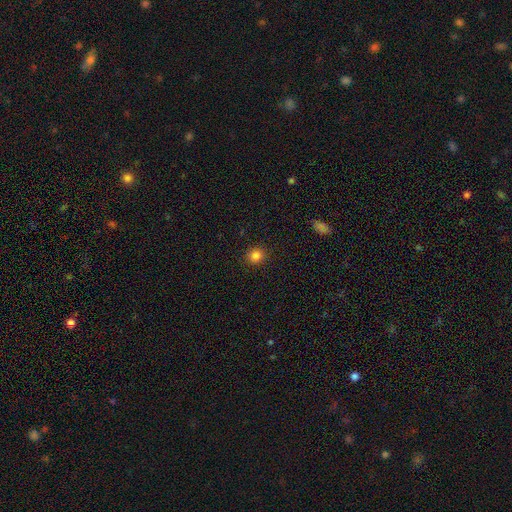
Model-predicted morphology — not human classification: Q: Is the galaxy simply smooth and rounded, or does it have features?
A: smooth — 83%.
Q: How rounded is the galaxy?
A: round — 90%.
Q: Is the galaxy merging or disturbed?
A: none — 92%.